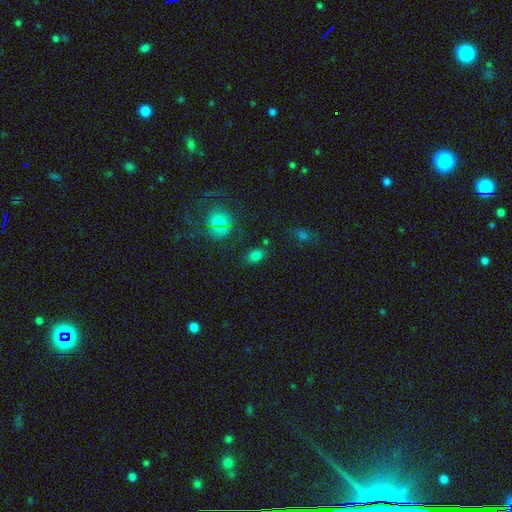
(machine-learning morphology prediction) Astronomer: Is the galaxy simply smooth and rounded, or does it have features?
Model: smooth — 76%.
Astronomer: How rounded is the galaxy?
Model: in between — 81%.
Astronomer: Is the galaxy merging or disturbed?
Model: none — 78%.